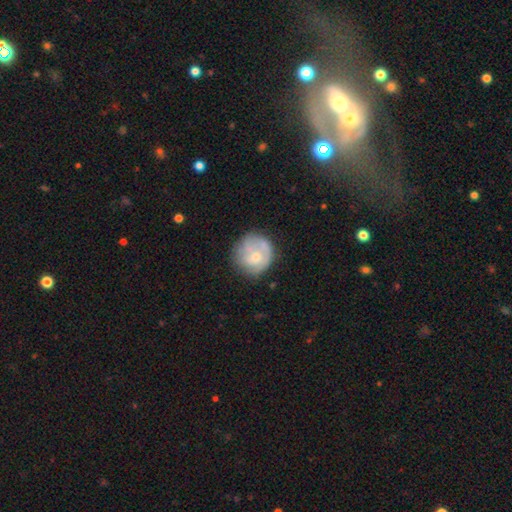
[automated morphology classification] Q: Smooth or featured?
A: smooth (52%); runner-up: featured or disk (41%)
Q: How rounded?
A: round (90%); runner-up: in between (9%)
Q: Merging?
A: none (64%); runner-up: minor disturbance (23%)